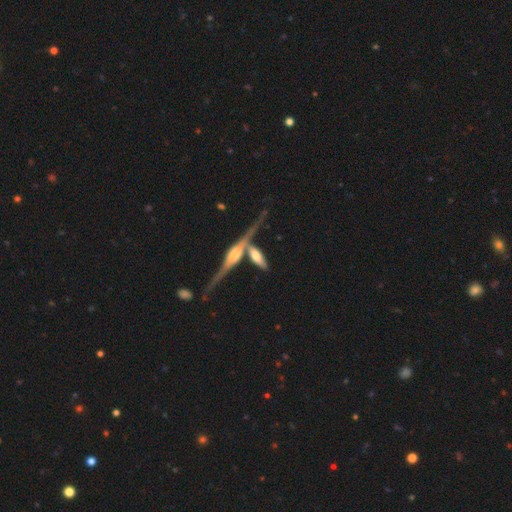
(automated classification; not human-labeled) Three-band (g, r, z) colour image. It shows a featured or disk galaxy (63%) viewed edge-on (92%) with a rounded central bulge (75%). Merging: none (49%).